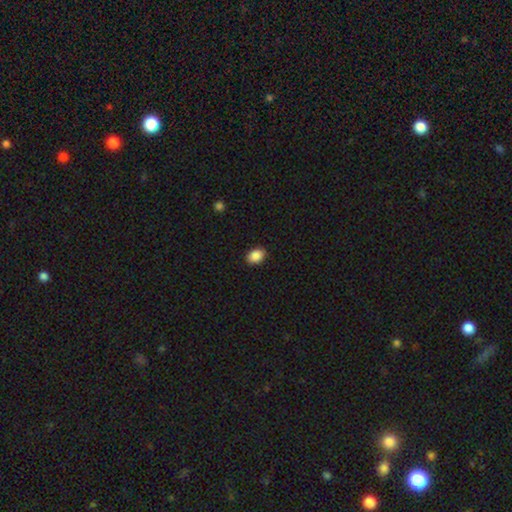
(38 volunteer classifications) Overall: smooth (97%). How rounded: in between (68%; round 32%). Merging: none (95%).